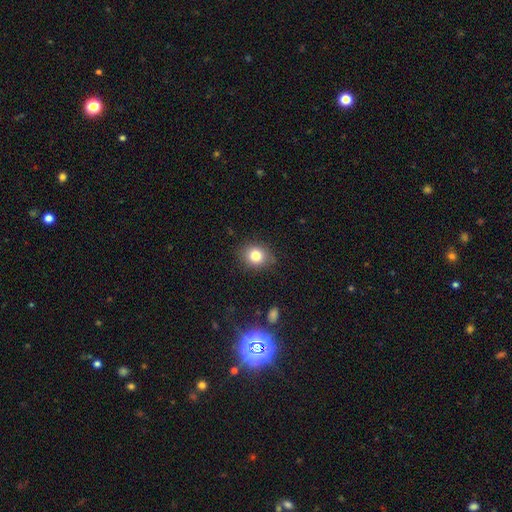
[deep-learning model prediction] Smooth or featured? smooth (81%)
How rounded? round (59%)
Merging? none (82%)